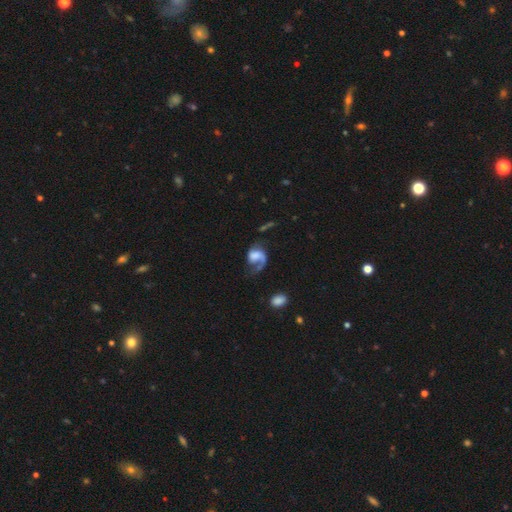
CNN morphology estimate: Q: Smooth or featured?
A: featured or disk (67%); runner-up: smooth (26%)
Q: Edge-on disk?
A: no (98%); runner-up: yes (2%)
Q: Bar?
A: no (62%); runner-up: weak (30%)
Q: Spiral arms?
A: yes (89%); runner-up: no (11%)
Q: Spiral winding?
A: loose (55%); runner-up: medium (32%)
Q: Spiral arm count?
A: 1 (75%); runner-up: 2 (19%)
Q: Bulge size?
A: large (29%); tied with: none (29%)
Q: Merging?
A: major disturbance (45%); runner-up: none (33%)